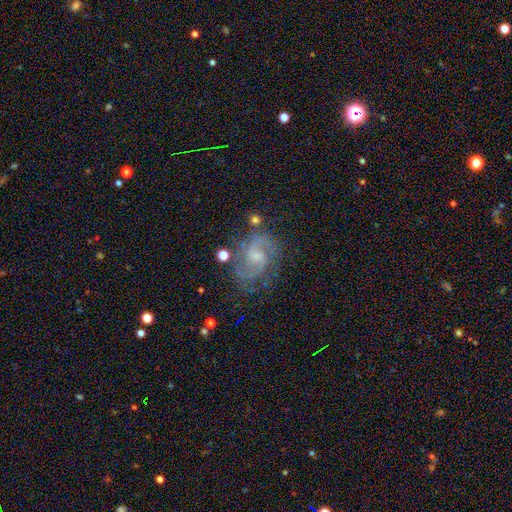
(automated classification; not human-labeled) Q: Smooth or featured?
A: featured or disk (83%); runner-up: star or artifact (9%)
Q: Edge-on disk?
A: no (98%); runner-up: yes (2%)
Q: Bar?
A: weak (47%); runner-up: no (45%)
Q: Spiral arms?
A: yes (96%); runner-up: no (4%)
Q: Spiral winding?
A: medium (53%); runner-up: tight (31%)
Q: Spiral arm count?
A: 2 (78%); runner-up: can't tell (9%)
Q: Bulge size?
A: small (50%); runner-up: moderate (35%)
Q: Merging?
A: none (71%); runner-up: minor disturbance (17%)